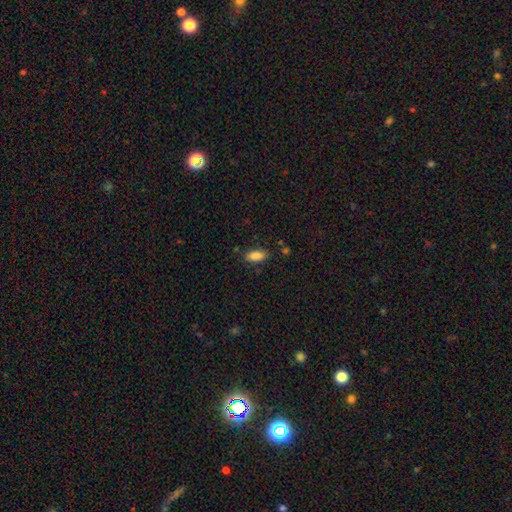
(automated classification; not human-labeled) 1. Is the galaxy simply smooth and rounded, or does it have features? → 87% smooth, 8% star or artifact, 5% featured or disk.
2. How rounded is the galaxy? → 85% in between, 12% cigar-shaped, 2% round.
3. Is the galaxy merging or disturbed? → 82% none, 13% minor disturbance, 3% major disturbance, 3% merger.